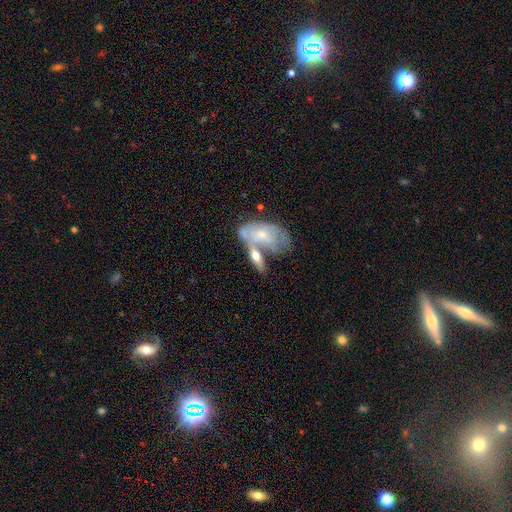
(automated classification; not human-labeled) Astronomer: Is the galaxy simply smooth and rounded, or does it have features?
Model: featured or disk — 49% (runner-up: smooth, 45%).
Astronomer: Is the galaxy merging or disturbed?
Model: merger — 50% (runner-up: none, 29%).